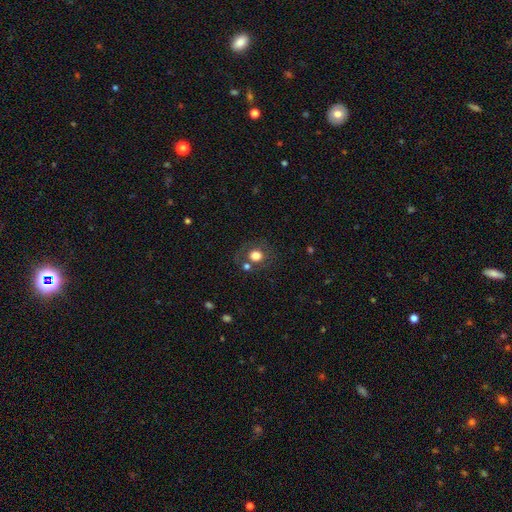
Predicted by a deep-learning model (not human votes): Morphology: type=smooth (71%); roundness=round (80%); merging=none (64%).